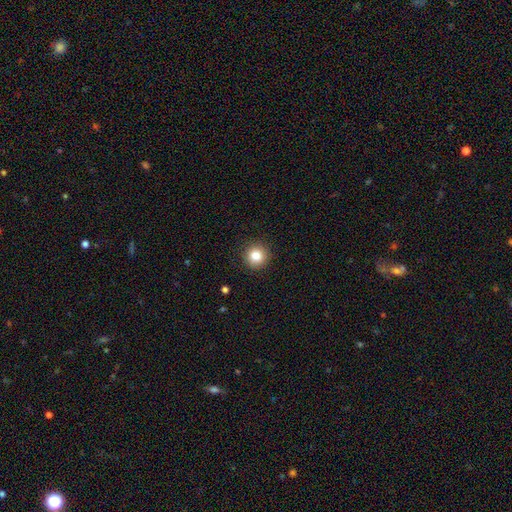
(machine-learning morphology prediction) A smooth galaxy with no disk features (82%) that is round (95%).

Vote fractions:
- Smooth or featured? smooth: 82% / star or artifact: 11% / featured or disk: 7%
- How rounded? round: 95% / in between: 4% / cigar-shaped: 1%
- Merging? none: 92% / minor disturbance: 5% / major disturbance: 2% / merger: 1%